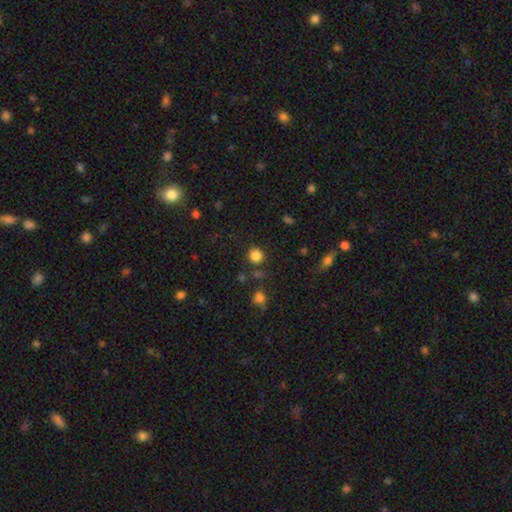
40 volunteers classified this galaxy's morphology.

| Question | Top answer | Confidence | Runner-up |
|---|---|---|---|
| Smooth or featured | smooth | 90% | featured or disk (5%) |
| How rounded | round | 100% | — |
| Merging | none | 87% | minor disturbance (8%) |